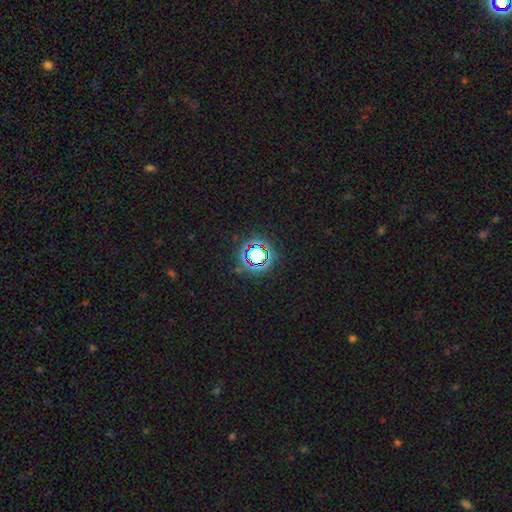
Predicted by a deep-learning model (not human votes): smooth_or_featured: star or artifact (p=0.70) [alt: smooth p=0.19]